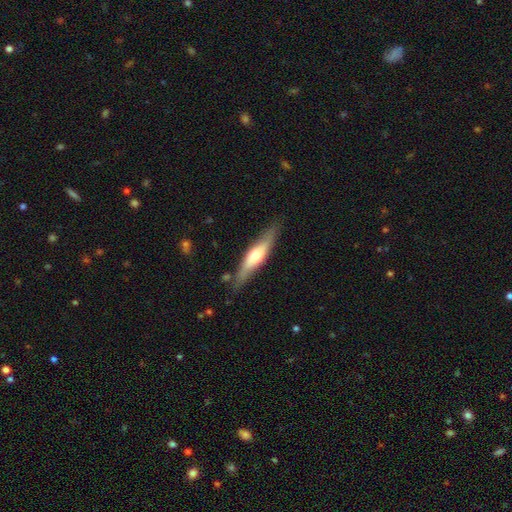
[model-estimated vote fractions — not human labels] A featured or disk galaxy (51%) viewed edge-on (85%).

Vote fractions:
- Smooth or featured? featured or disk: 51% / smooth: 44% / star or artifact: 5%
- Edge-on disk? yes: 85% / no: 15%
- Merging? none: 80% / minor disturbance: 14% / major disturbance: 3% / merger: 2%